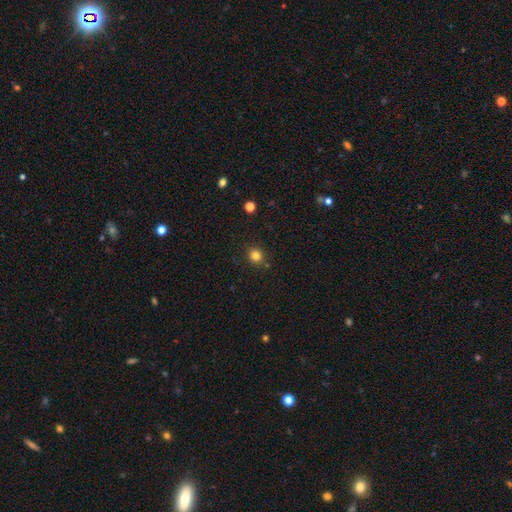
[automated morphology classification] The model was most divided on "smooth or featured": smooth: 82%, star or artifact: 13%, featured or disk: 5%. More confident: merging — none (88%); how rounded — round (88%).